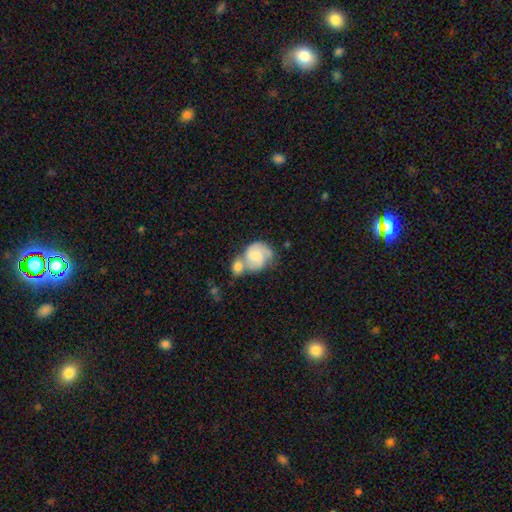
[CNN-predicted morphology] smooth_or_featured: featured or disk (p=0.59) [alt: smooth p=0.35]
disk_edge_on: no (p=0.98) [alt: yes p=0.02]
bar: no (p=0.63) [alt: weak p=0.32]
has_spiral_arms: yes (p=0.87) [alt: no p=0.13]
spiral_winding: medium (p=0.45) [alt: tight p=0.38]
spiral_arm_count: 2 (p=0.63) [alt: can't tell p=0.15]
bulge_size: moderate (p=0.38) [alt: small p=0.37]
merging: merger (p=0.56) [alt: none p=0.23]